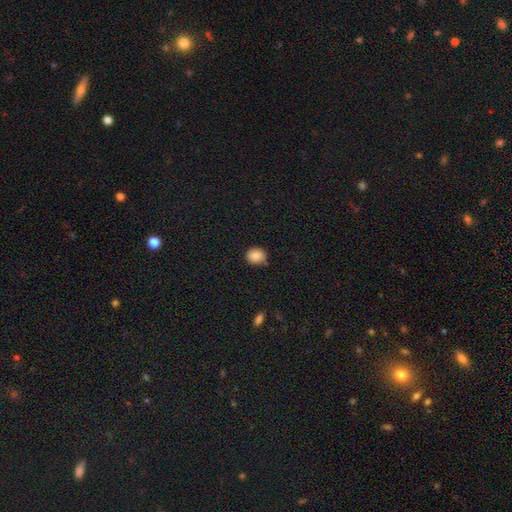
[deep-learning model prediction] smooth-or-featured: smooth: 86% | star or artifact: 9% | featured or disk: 5%
  how-rounded: round: 69% | in between: 30% | cigar-shaped: 1%
  merging: none: 74% | minor disturbance: 21% | major disturbance: 3% | merger: 2%